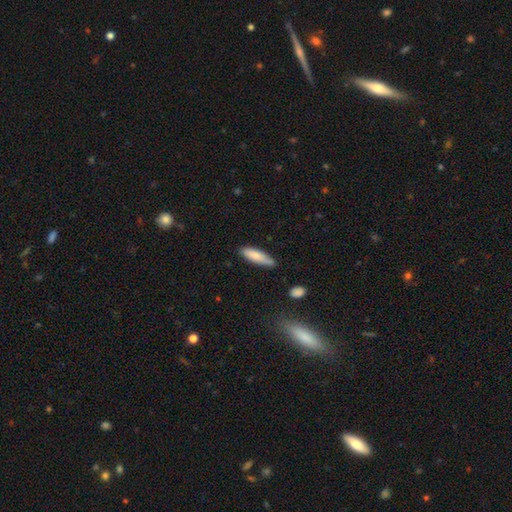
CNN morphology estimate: This is likely a smooth galaxy (79%). How rounded: likely cigar-shaped (64%). Merging: likely none (73%).